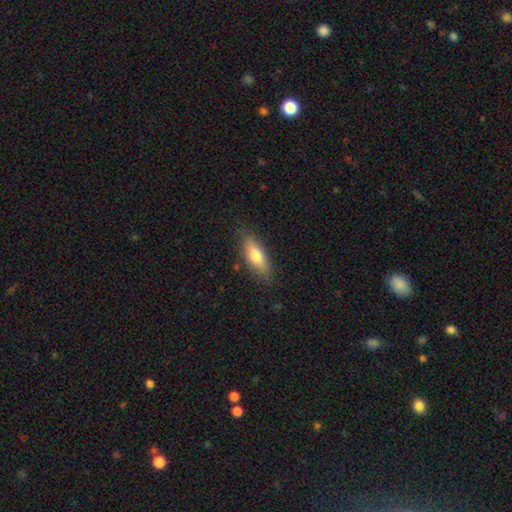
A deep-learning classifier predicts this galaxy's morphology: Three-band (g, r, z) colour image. It shows a smooth galaxy with no disk features (72%) that is in between round and cigar-shaped (67%). Merging: none (81%).